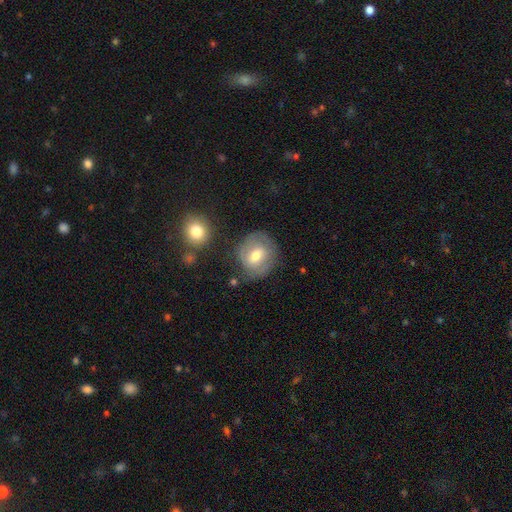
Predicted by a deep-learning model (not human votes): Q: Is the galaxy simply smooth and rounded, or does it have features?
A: featured or disk — 47%.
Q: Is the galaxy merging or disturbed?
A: none — 70%.